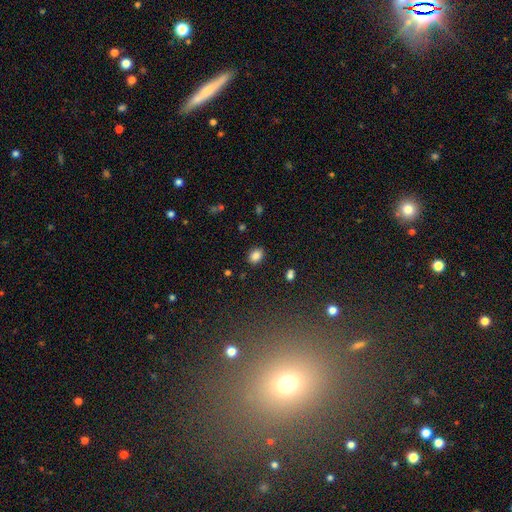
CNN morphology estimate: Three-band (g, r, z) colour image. It shows a smooth galaxy with no disk features (85%) that is in between round and cigar-shaped (69%). Merging: none (87%).